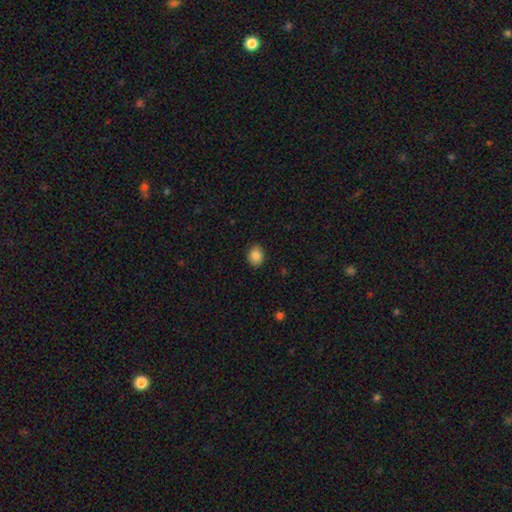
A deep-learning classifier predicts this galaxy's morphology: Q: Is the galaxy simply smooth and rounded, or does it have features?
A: smooth — 87%.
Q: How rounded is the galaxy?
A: round — 53%.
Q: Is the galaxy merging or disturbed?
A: none — 89%.